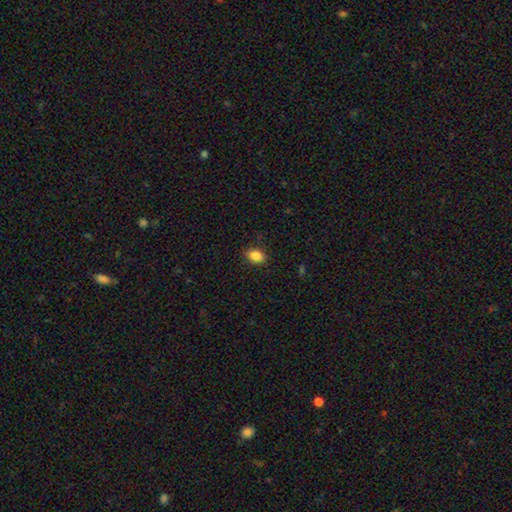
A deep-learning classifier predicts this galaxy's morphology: A smooth galaxy with no disk features (86%) that is in between round and cigar-shaped (82%). Merging: none (87%).